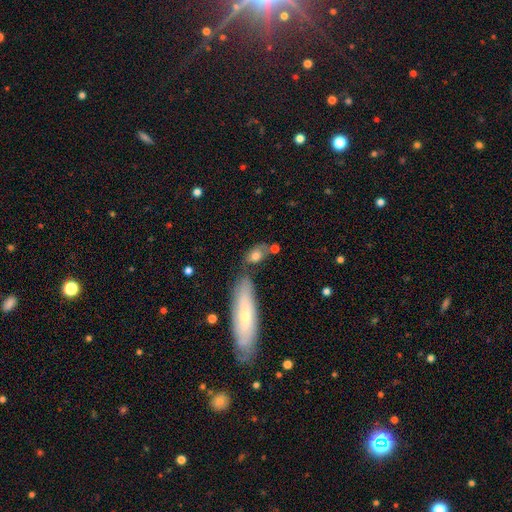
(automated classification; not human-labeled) Morphology: type=smooth (70%); roundness=in between (78%); merging=none (49%).